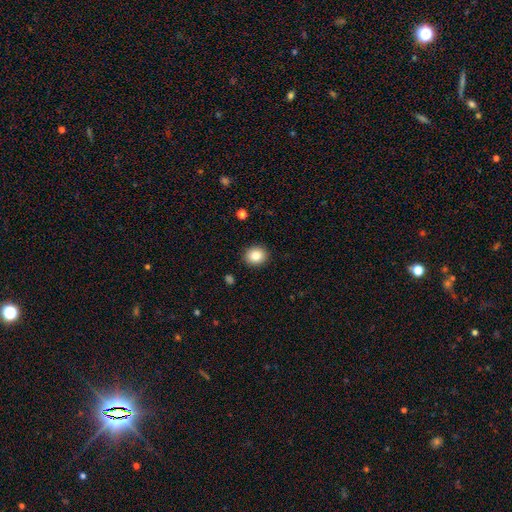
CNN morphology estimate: This is clearly a smooth galaxy (85%). How rounded: likely round (76%). Merging: clearly none (91%).